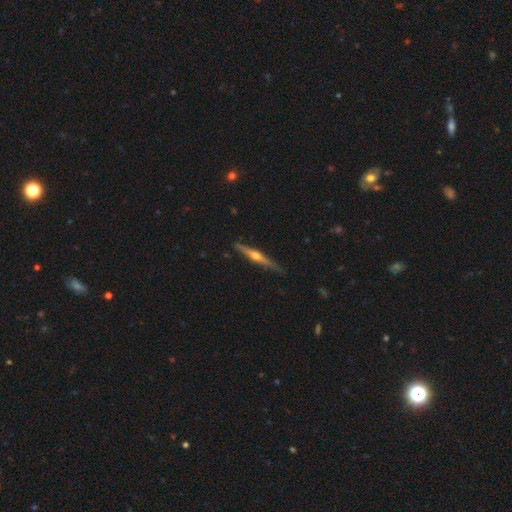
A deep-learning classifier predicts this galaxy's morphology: Smooth or featured: featured or disk — 74% (smooth — 21%)
Edge-on disk: yes — 98% (no — 2%)
Edge-on bulge: rounded — 92% (none — 5%)
Merging: none — 84% (minor disturbance — 12%)